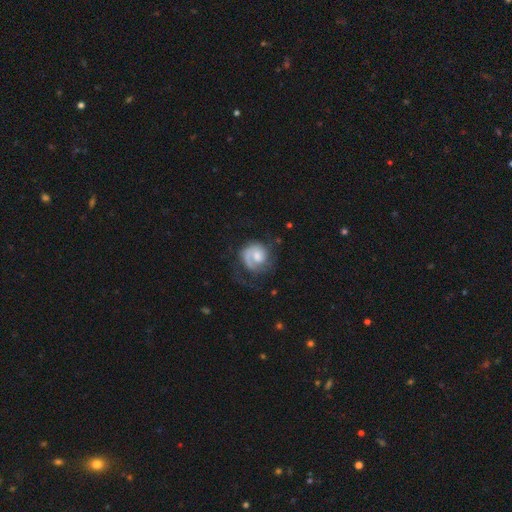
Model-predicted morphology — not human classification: type=featured or disk (66%); edge-on=no (98%); bar=no (66%); spiral arms=yes (88%); winding=tight (47%); arm count=1 (76%); bulge=moderate (45%); merging=none (54%).